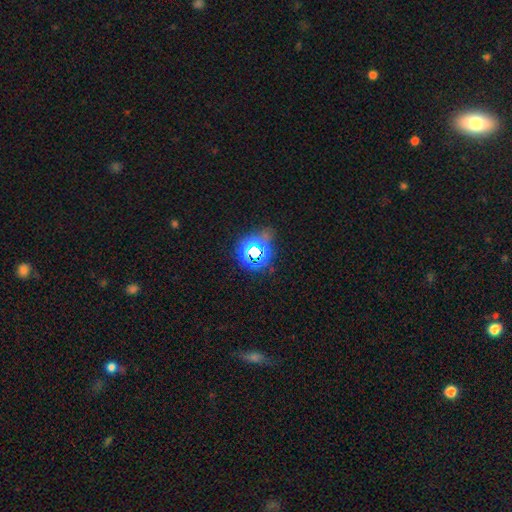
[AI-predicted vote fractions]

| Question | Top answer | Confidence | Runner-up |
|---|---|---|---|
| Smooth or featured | star or artifact | 64% | smooth (25%) |